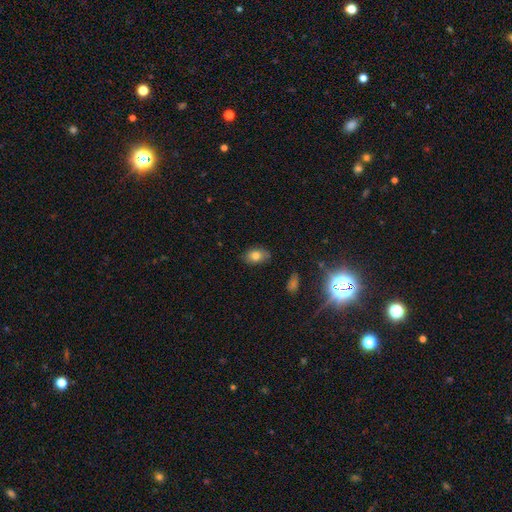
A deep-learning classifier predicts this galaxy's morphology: A smooth galaxy with no disk features (78%) that is in between round and cigar-shaped (84%).

Vote fractions:
- Smooth or featured? smooth: 78% / featured or disk: 11% / star or artifact: 11%
- How rounded? in between: 84% / round: 14% / cigar-shaped: 2%
- Merging? none: 80% / minor disturbance: 16% / major disturbance: 3% / merger: 1%